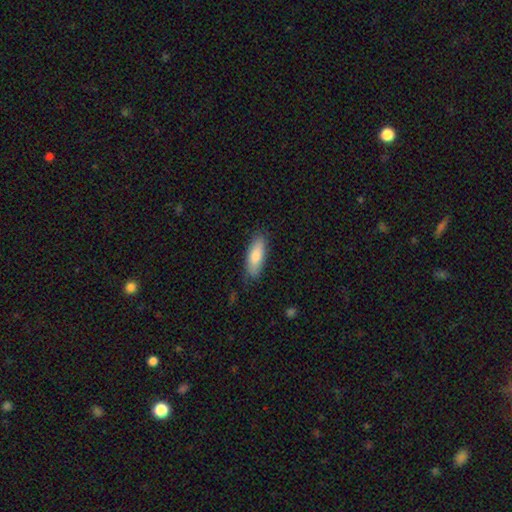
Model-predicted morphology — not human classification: type=smooth (78%); roundness=in between (59%); merging=none (82%).